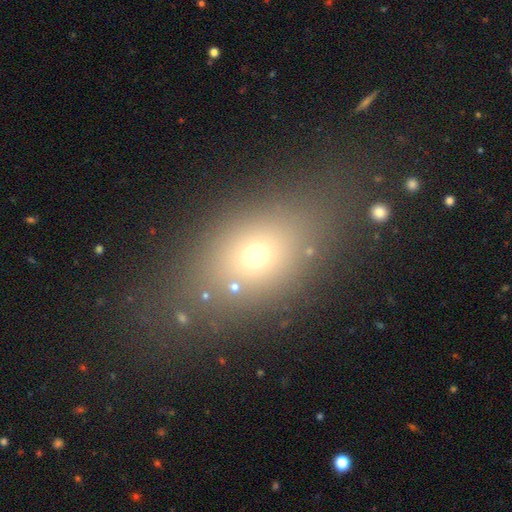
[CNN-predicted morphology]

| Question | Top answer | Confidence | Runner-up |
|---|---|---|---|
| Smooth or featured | smooth | 69% | star or artifact (17%) |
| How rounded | in between | 75% | round (20%) |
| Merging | none | 72% | minor disturbance (14%) |